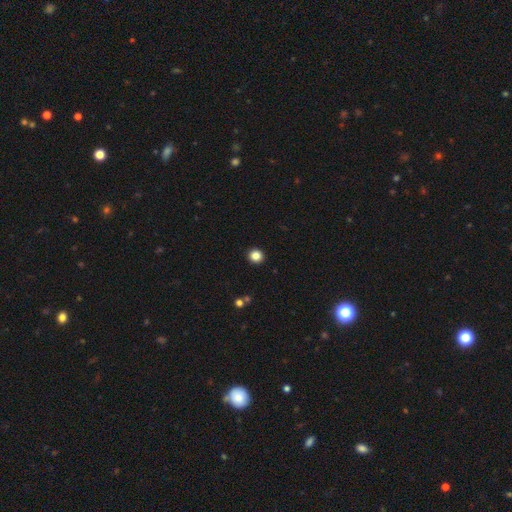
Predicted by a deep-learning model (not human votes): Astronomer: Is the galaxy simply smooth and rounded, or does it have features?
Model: smooth — 84%.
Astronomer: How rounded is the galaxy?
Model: round — 92%.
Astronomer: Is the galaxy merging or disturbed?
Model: none — 93%.